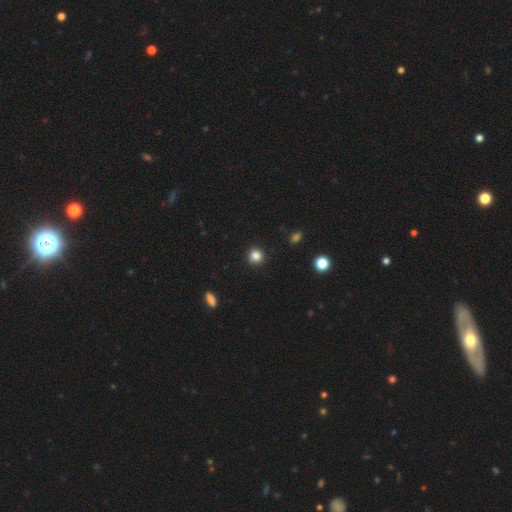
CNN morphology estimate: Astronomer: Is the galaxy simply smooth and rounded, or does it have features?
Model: smooth — 84%.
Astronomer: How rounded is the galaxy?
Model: round — 94%.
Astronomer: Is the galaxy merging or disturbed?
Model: none — 93%.